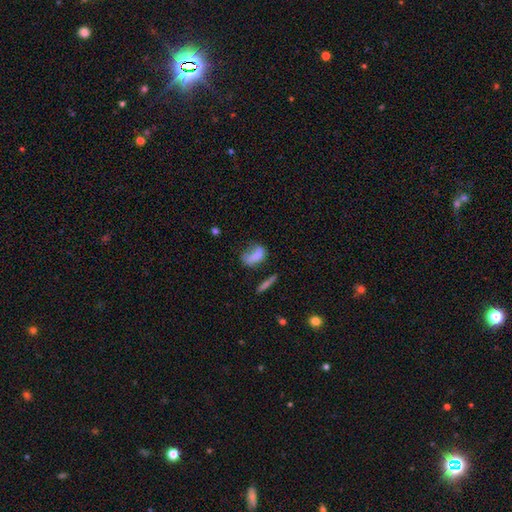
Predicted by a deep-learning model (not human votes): Smooth or featured? smooth (71%)
How rounded? in between (77%)
Merging? none (38%)